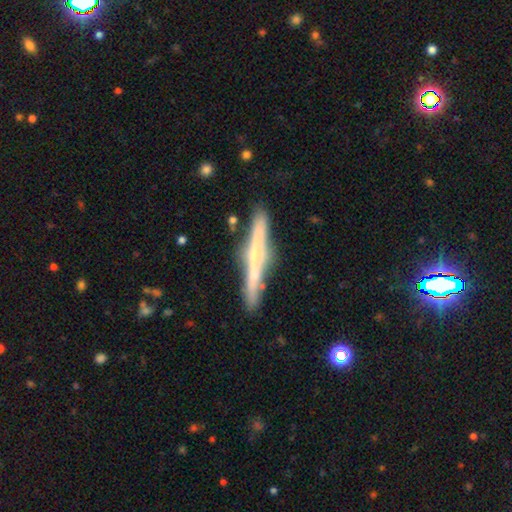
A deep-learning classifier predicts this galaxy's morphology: A featured or disk galaxy (61%) viewed edge-on (96%) with no central bulge (49%).

Vote fractions:
- Smooth or featured? featured or disk: 61% / smooth: 33% / star or artifact: 6%
- Edge-on disk? yes: 96% / no: 4%
- Edge-on bulge? none: 49% / rounded: 42% / boxy: 9%
- Merging? none: 84% / minor disturbance: 11% / merger: 3% / major disturbance: 2%